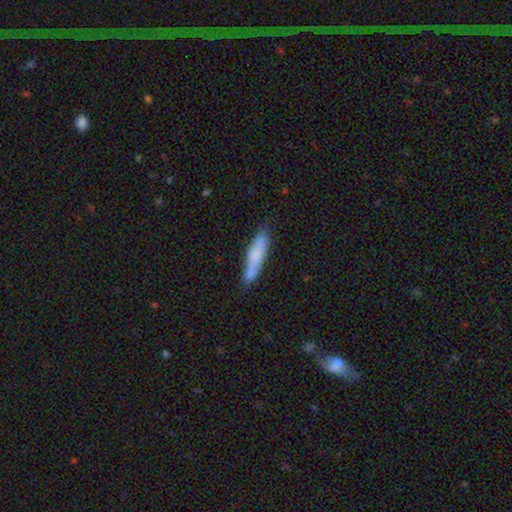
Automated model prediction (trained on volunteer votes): A smooth galaxy with no disk features (71%) that is cigar-shaped (82%). Merging: none (69%).